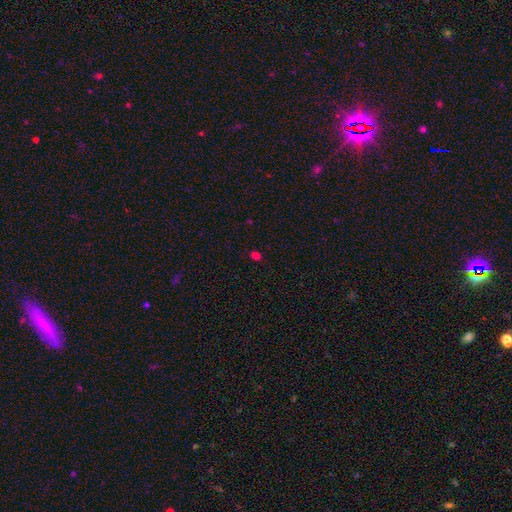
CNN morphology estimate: Smooth or featured? Predicted: smooth (p=0.71). How rounded? Predicted: in between (p=0.61). Merging? Predicted: none (p=0.84).